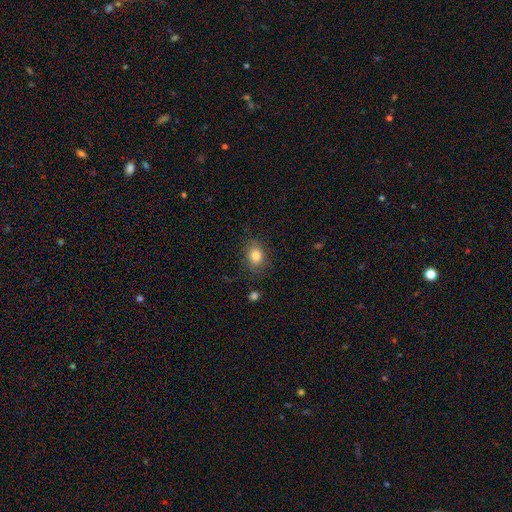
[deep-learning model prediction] A smooth galaxy with no disk features (81%) that is in between round and cigar-shaped (61%).

Vote fractions:
- Smooth or featured? smooth: 81% / star or artifact: 10% / featured or disk: 9%
- How rounded? in between: 61% / round: 38% / cigar-shaped: 1%
- Merging? none: 79% / minor disturbance: 15% / major disturbance: 4% / merger: 2%